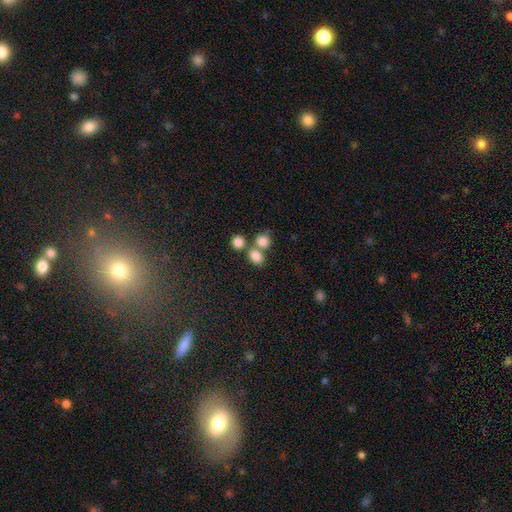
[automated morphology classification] Q: Smooth or featured?
A: smooth (80%); runner-up: star or artifact (12%)
Q: How rounded?
A: round (51%); runner-up: in between (48%)
Q: Merging?
A: none (47%); runner-up: merger (40%)